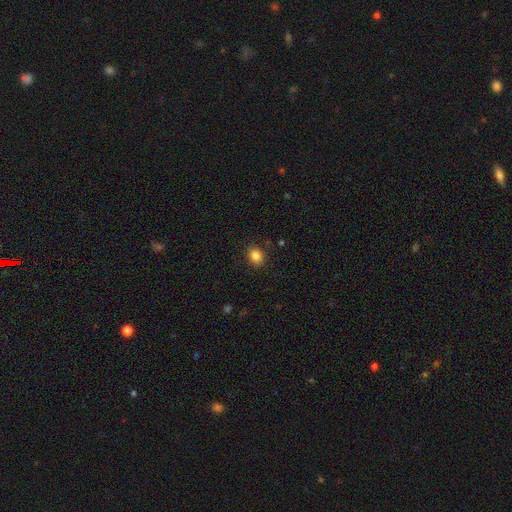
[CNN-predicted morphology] A smooth galaxy with no disk features (85%) that is round (61%).

Vote fractions:
- Smooth or featured? smooth: 85% / star or artifact: 11% / featured or disk: 4%
- How rounded? round: 61% / in between: 38% / cigar-shaped: 1%
- Merging? none: 87% / minor disturbance: 9% / major disturbance: 3% / merger: 1%